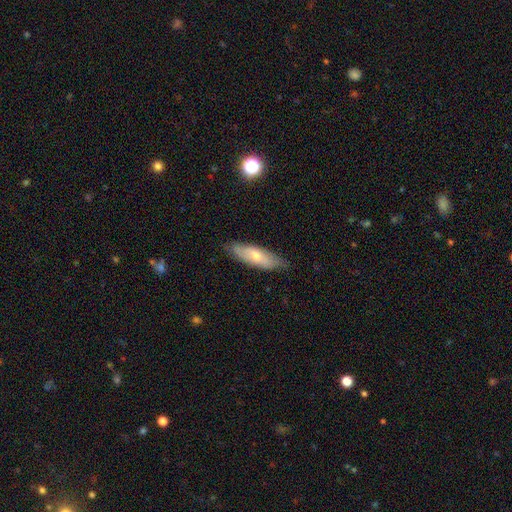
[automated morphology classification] smooth-or-featured: smooth: 55% | featured or disk: 39% | star or artifact: 6%
  how-rounded: in between: 53% | cigar-shaped: 45% | round: 2%
  merging: none: 77% | minor disturbance: 19% | major disturbance: 3% | merger: 1%